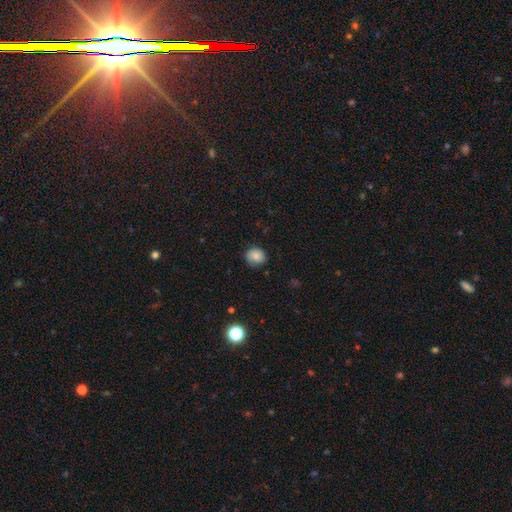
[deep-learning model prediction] Smooth or featured: smooth — 82% (star or artifact — 10%)
How rounded: round — 78% (in between — 21%)
Merging: none — 77% (minor disturbance — 18%)